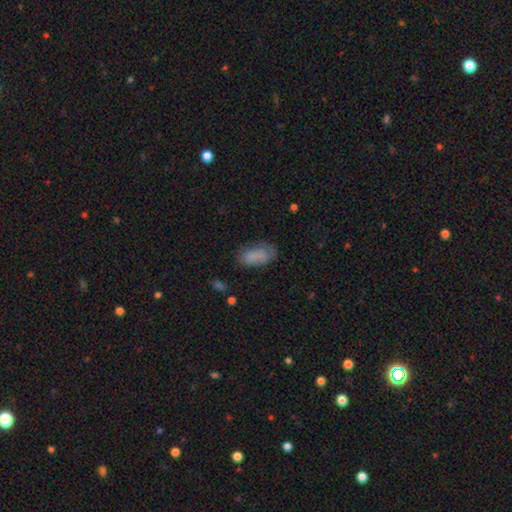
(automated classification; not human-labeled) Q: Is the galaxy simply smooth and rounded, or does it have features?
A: smooth — 80%.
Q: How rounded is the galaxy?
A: in between — 91%.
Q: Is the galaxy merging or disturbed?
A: none — 60%.